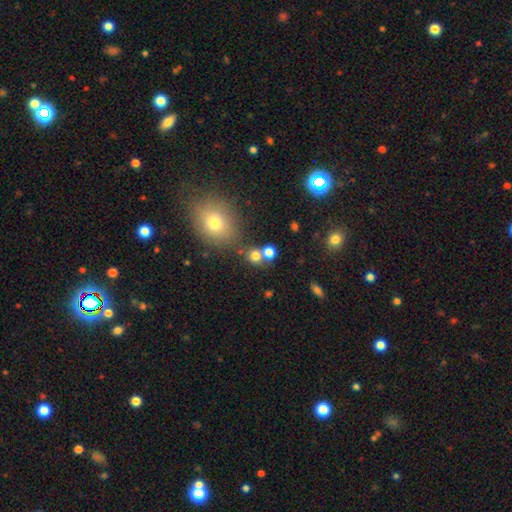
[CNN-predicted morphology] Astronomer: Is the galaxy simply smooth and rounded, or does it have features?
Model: smooth — 75%.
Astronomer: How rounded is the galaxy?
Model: round — 83%.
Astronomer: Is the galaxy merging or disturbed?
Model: none — 56% (runner-up: merger, 32%).